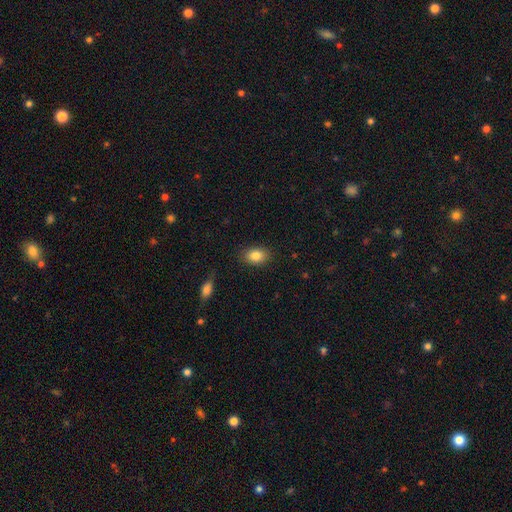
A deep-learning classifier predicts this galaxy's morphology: smooth-or-featured: smooth: 84% | star or artifact: 8% | featured or disk: 8%
  how-rounded: in between: 84% | round: 14% | cigar-shaped: 2%
  merging: none: 86% | minor disturbance: 10% | major disturbance: 3% | merger: 1%